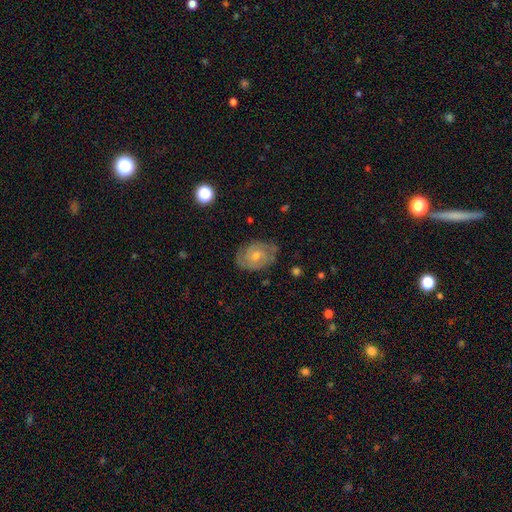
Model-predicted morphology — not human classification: Smooth or featured: featured or disk — 68% (smooth — 23%)
Edge-on disk: no — 96% (yes — 4%)
Bar: no — 72% (weak — 24%)
Spiral arms: yes — 82% (no — 18%)
Spiral winding: tight — 64% (medium — 28%)
Spiral arm count: 2 — 52% (can't tell — 32%)
Bulge size: moderate — 48% (small — 46%)
Merging: none — 78% (minor disturbance — 17%)